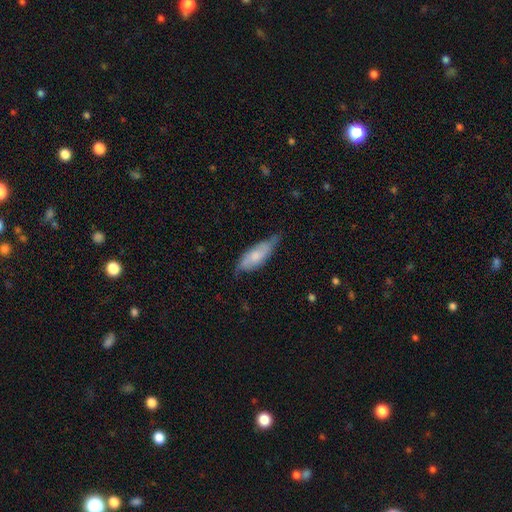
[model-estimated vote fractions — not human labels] Smooth or featured?
  - smooth: 55% *
  - featured or disk: 38%
  - star or artifact: 6%
How rounded?
  - in between: 63% *
  - cigar-shaped: 35%
  - round: 2%
Merging?
  - none: 57% *
  - minor disturbance: 34%
  - major disturbance: 8%
  - merger: 2%